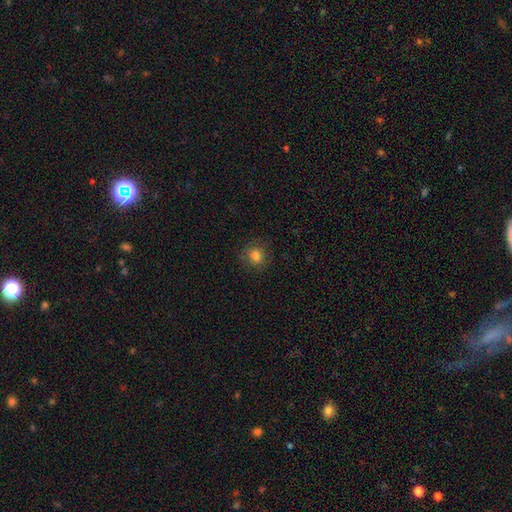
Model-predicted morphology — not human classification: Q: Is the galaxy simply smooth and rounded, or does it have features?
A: smooth — 81%.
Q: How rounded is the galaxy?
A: round — 80%.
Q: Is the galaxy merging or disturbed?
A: none — 83%.